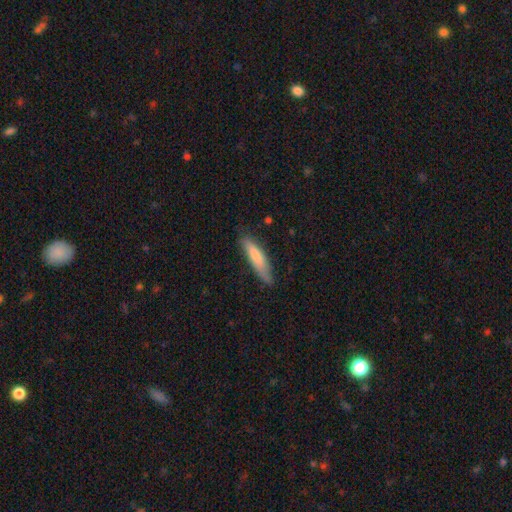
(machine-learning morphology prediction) smooth_or_featured: smooth (p=0.65) [alt: featured or disk p=0.28]
how_rounded: cigar-shaped (p=0.84) [alt: in between p=0.15]
merging: none (p=0.80) [alt: minor disturbance p=0.16]